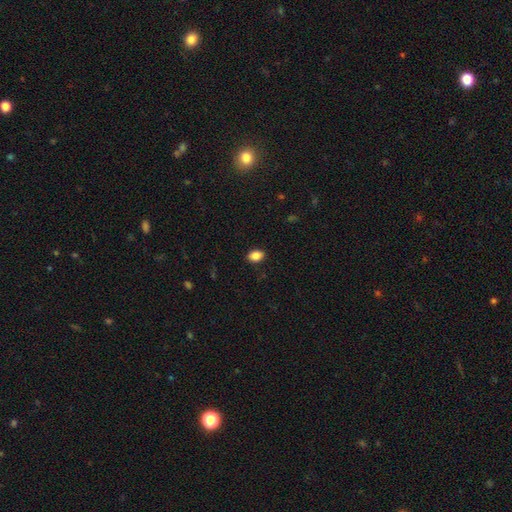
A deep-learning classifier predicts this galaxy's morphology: A smooth galaxy with no disk features (87%) that is in between round and cigar-shaped (76%). Merging: none (89%).